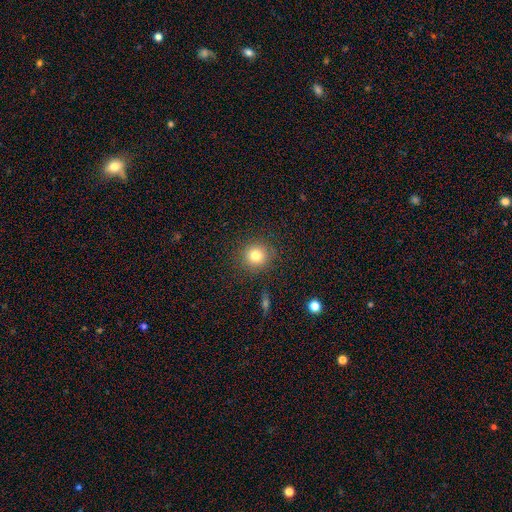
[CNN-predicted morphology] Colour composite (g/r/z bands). It shows a smooth galaxy with no disk features (79%) that is round (91%). Merging: none (88%).